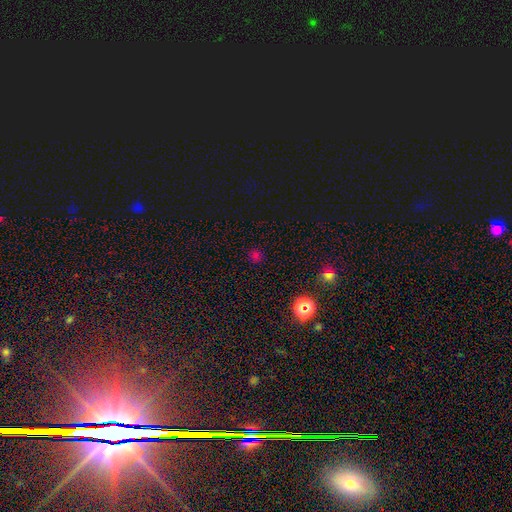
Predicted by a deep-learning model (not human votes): Smooth or featured? smooth (60%)
How rounded? round (90%)
Merging? none (87%)